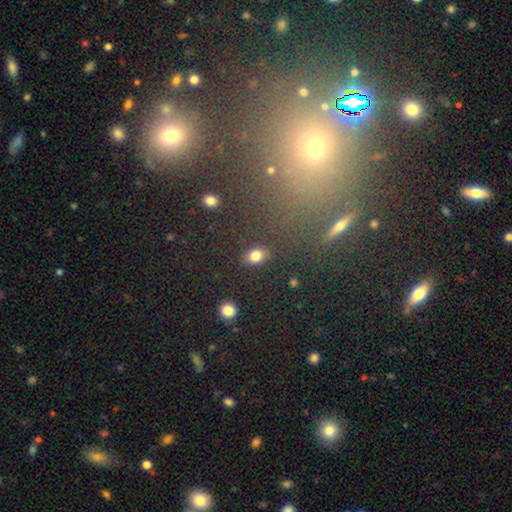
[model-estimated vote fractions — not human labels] Overall: smooth (82%). How rounded: in between (73%). Merging: none (85%).